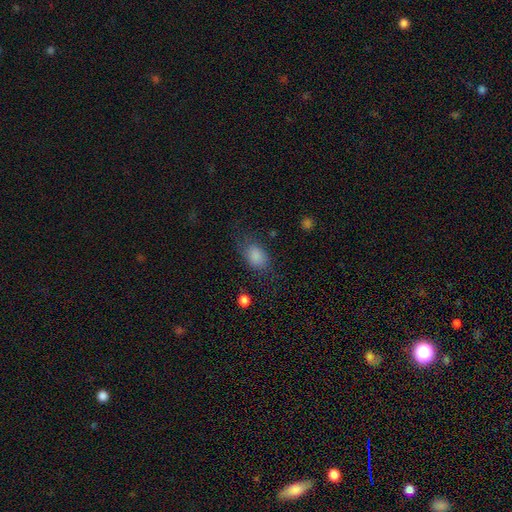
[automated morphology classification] Smooth or featured: smooth — 80% (star or artifact — 11%)
How rounded: in between — 80% (round — 18%)
Merging: none — 66% (minor disturbance — 22%)